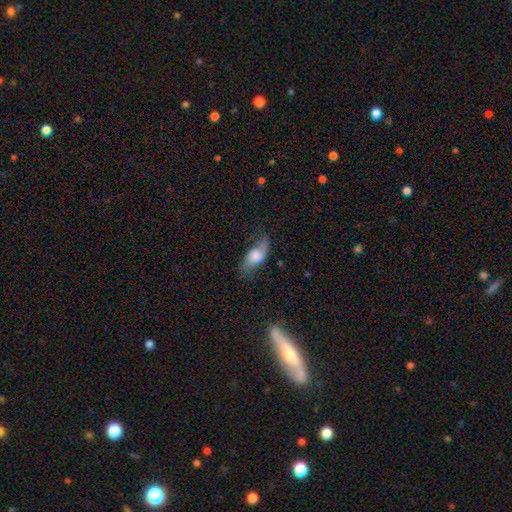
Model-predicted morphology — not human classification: Overall: smooth (59%; featured or disk 33%). How rounded: in between (80%). Merging: none (62%; minor disturbance 26%).